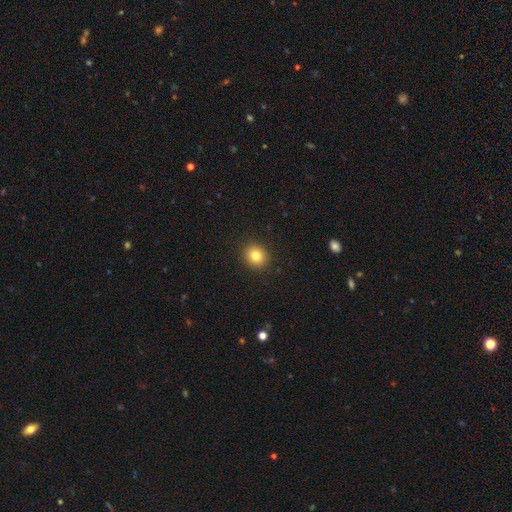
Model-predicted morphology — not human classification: Overall: smooth (82%). How rounded: round (83%). Merging: none (92%).